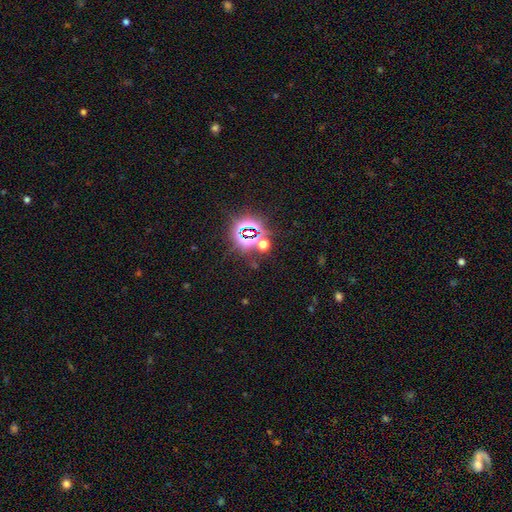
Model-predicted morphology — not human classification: A star or artifact, not a galaxy (80%).